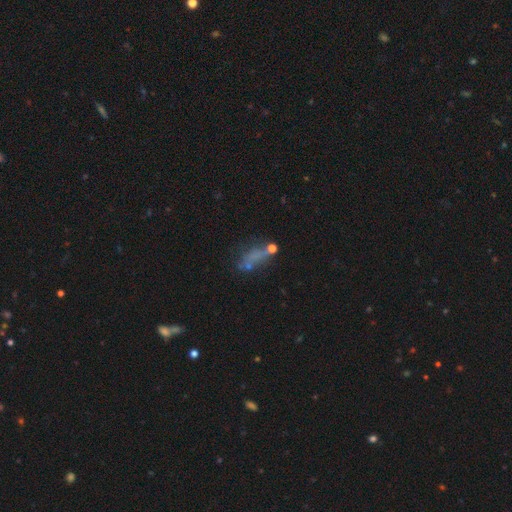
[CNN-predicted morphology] smooth 48%, featured or disk 30%, star or artifact 22%. Down the decision tree: merging — none (40%).